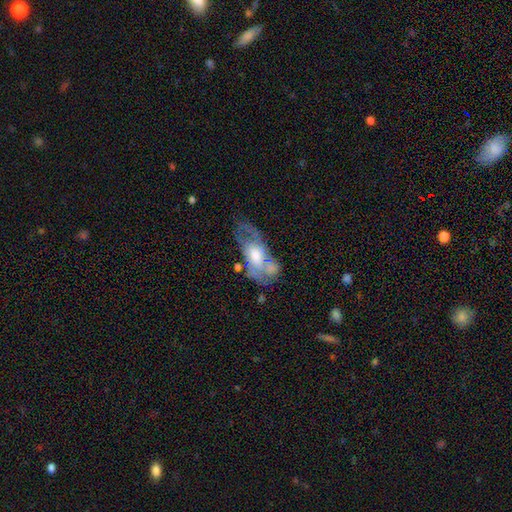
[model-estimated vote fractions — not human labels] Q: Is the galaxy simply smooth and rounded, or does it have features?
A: featured or disk — 64%.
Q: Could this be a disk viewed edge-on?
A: no — 89%.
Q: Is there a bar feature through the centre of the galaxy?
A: no — 68%.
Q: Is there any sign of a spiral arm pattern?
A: yes — 60%.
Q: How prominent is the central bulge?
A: moderate — 56%.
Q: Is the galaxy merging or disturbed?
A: none — 42%.